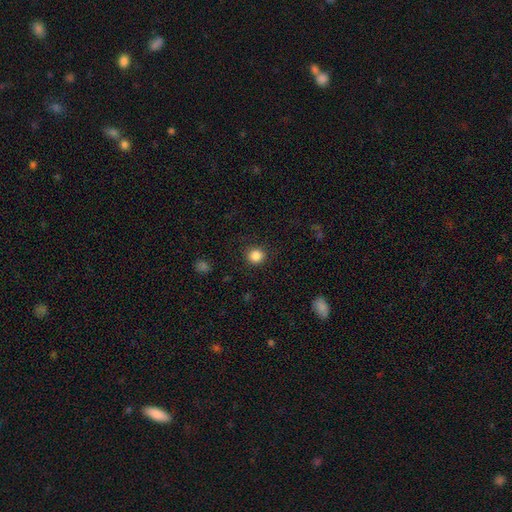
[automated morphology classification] type=smooth (86%); roundness=round (92%); merging=none (90%).